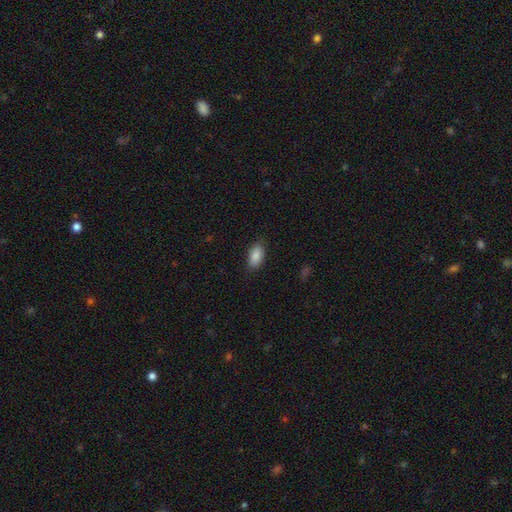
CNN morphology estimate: smooth-or-featured: smooth: 88% | star or artifact: 7% | featured or disk: 5%
  how-rounded: in between: 93% | cigar-shaped: 4% | round: 3%
  merging: none: 86% | minor disturbance: 10% | major disturbance: 3% | merger: 1%